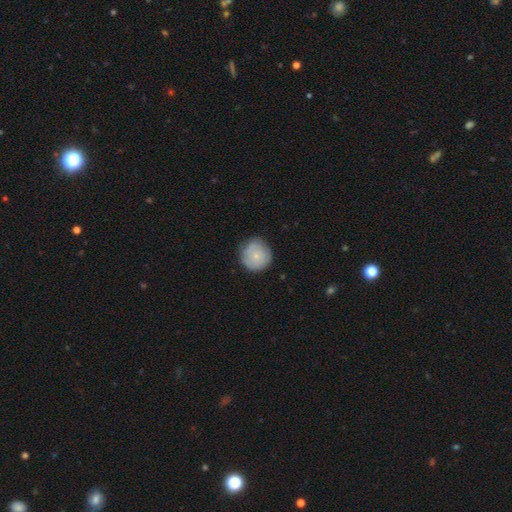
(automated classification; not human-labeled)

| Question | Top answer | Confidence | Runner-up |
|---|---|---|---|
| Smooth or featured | smooth | 70% | featured or disk (23%) |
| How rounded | round | 92% | in between (7%) |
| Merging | none | 72% | minor disturbance (22%) |